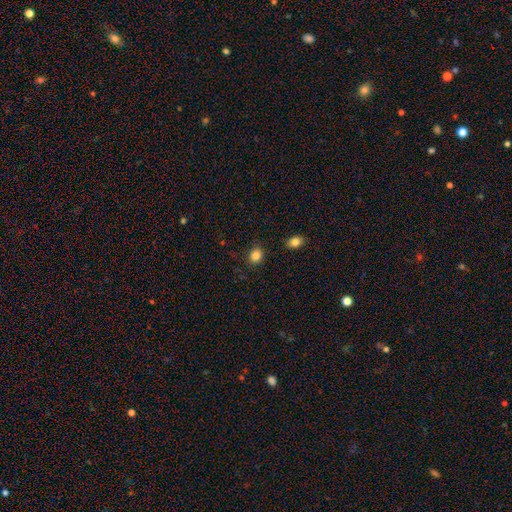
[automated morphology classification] smooth_or_featured: smooth (p=0.86) [alt: star or artifact p=0.10]
how_rounded: round (p=0.60) [alt: in between p=0.39]
merging: none (p=0.85) [alt: minor disturbance p=0.10]